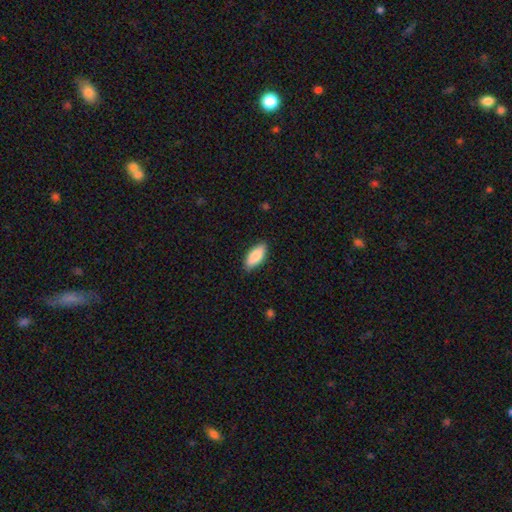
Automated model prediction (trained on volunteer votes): A smooth galaxy with no disk features (81%) that is in between round and cigar-shaped (81%).

Vote fractions:
- Smooth or featured? smooth: 81% / featured or disk: 13% / star or artifact: 6%
- How rounded? in between: 81% / cigar-shaped: 17% / round: 2%
- Merging? none: 86% / minor disturbance: 11% / major disturbance: 2% / merger: 1%